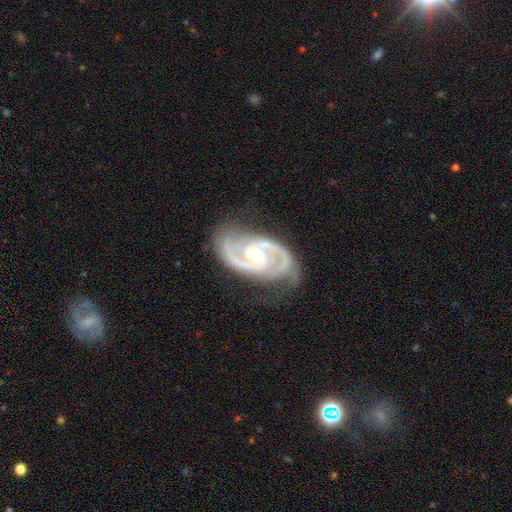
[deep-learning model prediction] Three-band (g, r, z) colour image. It shows a featured or disk galaxy (94%) with no bar (50%), 2 (87%) medium (49%) spiral arms (99%) and a small central bulge (54%). Merging: none (73%).